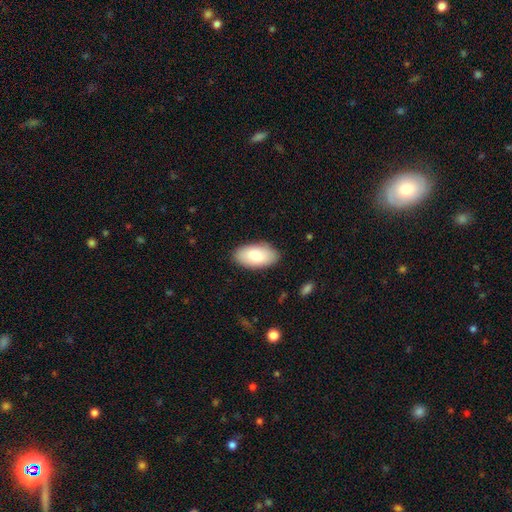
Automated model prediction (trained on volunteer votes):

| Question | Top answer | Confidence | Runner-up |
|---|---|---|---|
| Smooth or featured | smooth | 80% | featured or disk (14%) |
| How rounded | in between | 95% | round (2%) |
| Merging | none | 87% | minor disturbance (10%) |